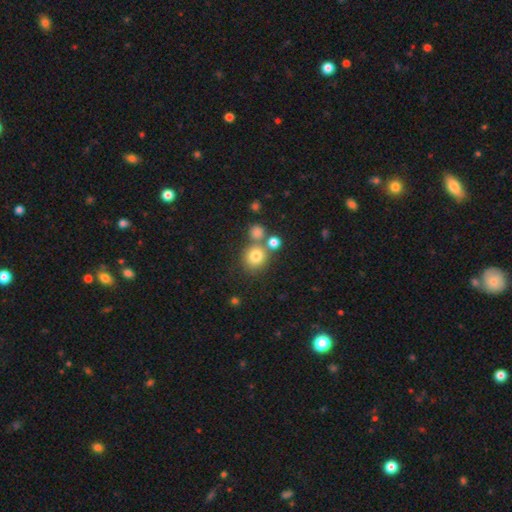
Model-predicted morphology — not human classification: This is likely a smooth galaxy (77%). How rounded: clearly round (86%). Merging: likely none (62%).